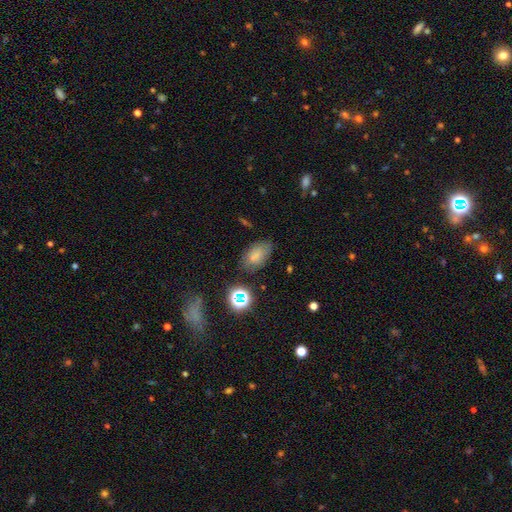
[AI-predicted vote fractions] smooth_or_featured: smooth (p=0.72) [alt: star or artifact p=0.16]
how_rounded: in between (p=0.88) [alt: round p=0.10]
merging: none (p=0.69) [alt: minor disturbance p=0.20]